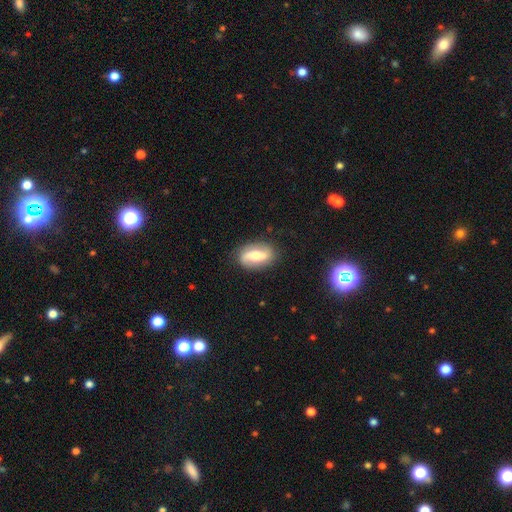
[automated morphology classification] Overall: featured or disk (68%). Edge-on disk: no (93%). Bar: strong (36%; weak 35%). Spiral arms: yes (86%). Spiral arm count: 2 (89%). Spiral winding: loose (56%; medium 30%). Bulge size: moderate (63%). Merging: none (83%).